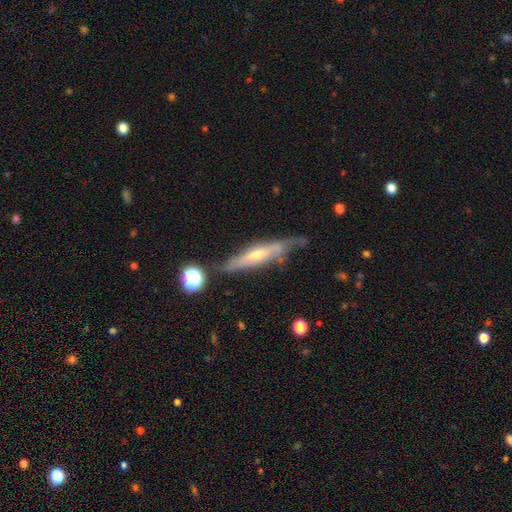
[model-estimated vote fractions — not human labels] featured or disk 63%, smooth 30%, star or artifact 8%. Down the decision tree: edge-on disk — yes (76%); merging — none (62%).